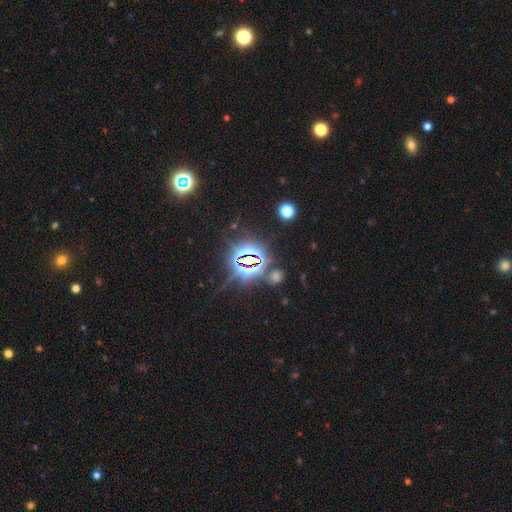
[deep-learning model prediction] smooth-or-featured: star or artifact: 79% | smooth: 12% | featured or disk: 8%